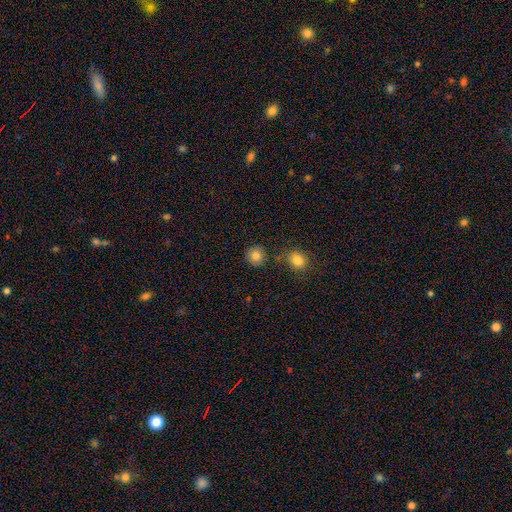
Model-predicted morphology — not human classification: Smooth or featured? smooth (84%)
How rounded? round (91%)
Merging? none (83%)